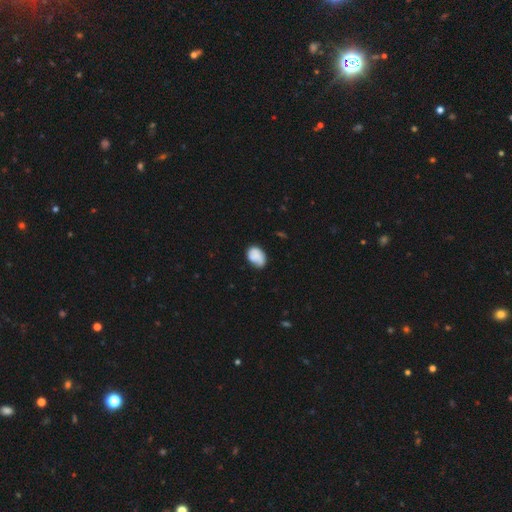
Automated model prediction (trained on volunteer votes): smooth-or-featured: smooth: 76% | featured or disk: 16% | star or artifact: 8%
  how-rounded: in between: 81% | round: 18% | cigar-shaped: 1%
  merging: none: 54% | minor disturbance: 34% | major disturbance: 8% | merger: 4%